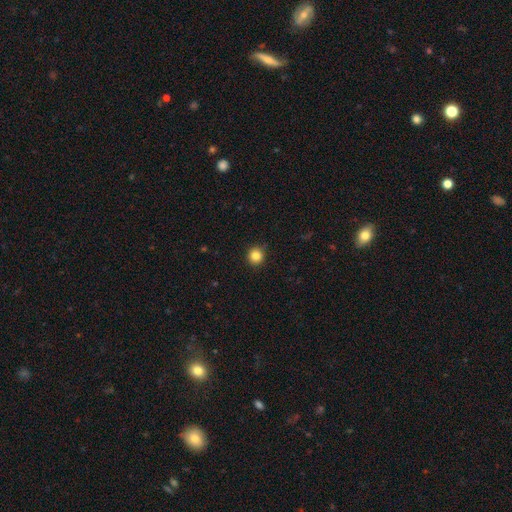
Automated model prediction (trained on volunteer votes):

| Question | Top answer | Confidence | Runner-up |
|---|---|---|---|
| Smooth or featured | smooth | 85% | star or artifact (11%) |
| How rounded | round | 92% | in between (7%) |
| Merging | none | 90% | minor disturbance (8%) |